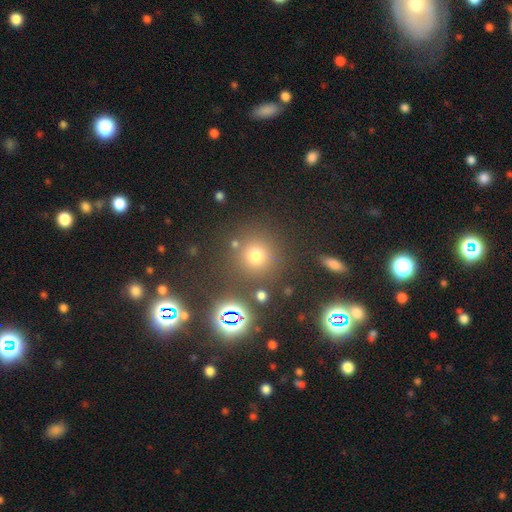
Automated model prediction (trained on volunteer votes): smooth 69%, star or artifact 23%, featured or disk 8%. Down the decision tree: how rounded — round (92%); merging — none (79%).